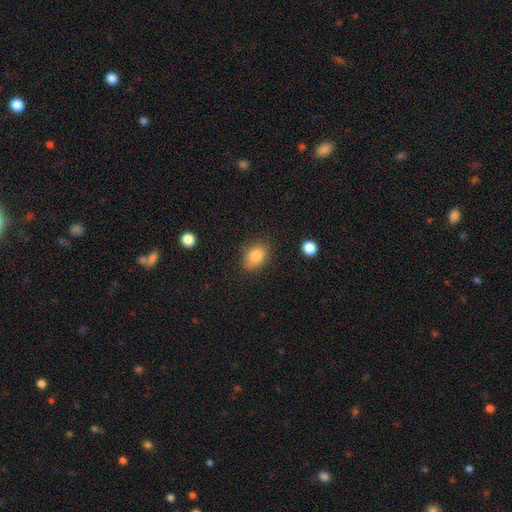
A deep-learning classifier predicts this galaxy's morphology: Smooth or featured? smooth (85%)
How rounded? in between (71%)
Merging? none (76%)